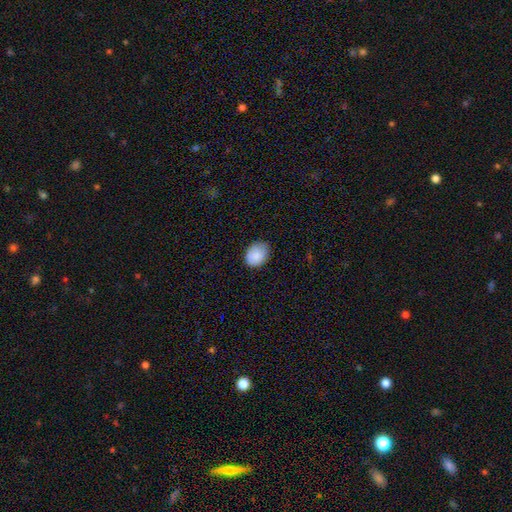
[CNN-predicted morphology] smooth_or_featured: smooth (p=0.86) [alt: star or artifact p=0.07]
how_rounded: in between (p=0.60) [alt: round p=0.39]
merging: none (p=0.74) [alt: minor disturbance p=0.21]